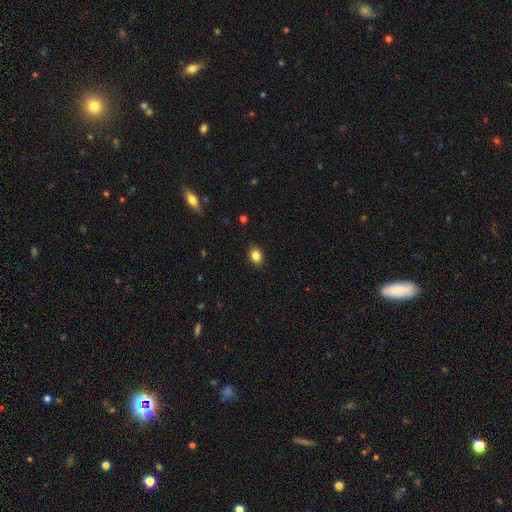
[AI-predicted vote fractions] Morphology: type=smooth (85%); roundness=in between (67%); merging=none (89%).